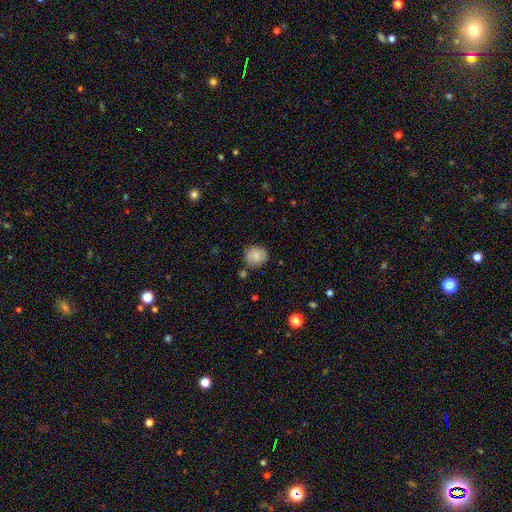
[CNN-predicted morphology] A smooth galaxy with no disk features (80%) that is round (82%). Merging: none (76%).